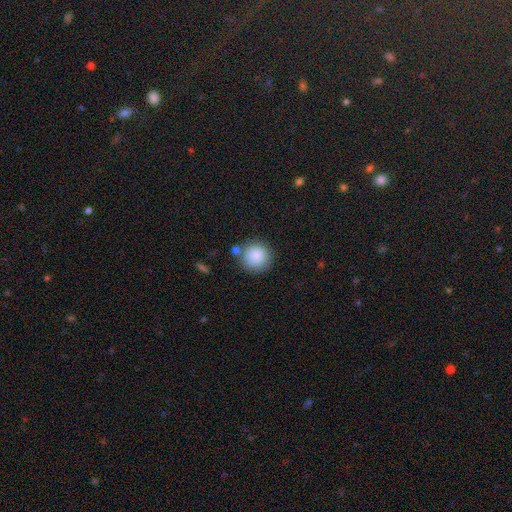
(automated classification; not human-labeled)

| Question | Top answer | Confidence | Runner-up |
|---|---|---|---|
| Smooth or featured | smooth | 86% | star or artifact (8%) |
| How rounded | round | 93% | in between (6%) |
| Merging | none | 77% | minor disturbance (12%) |